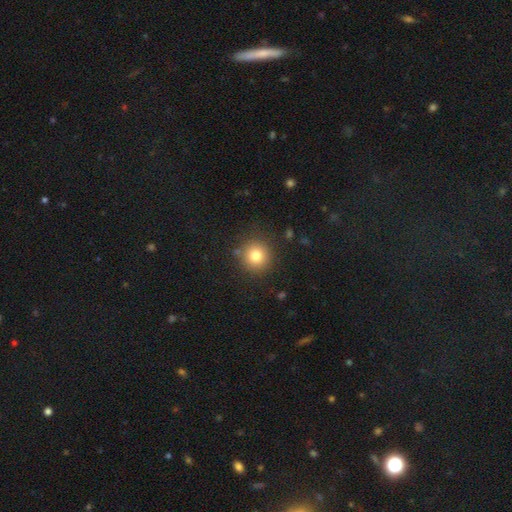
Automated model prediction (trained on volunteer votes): Smooth or featured?
  - smooth: 80% *
  - star or artifact: 12%
  - featured or disk: 9%
How rounded?
  - round: 91% *
  - in between: 8%
  - cigar-shaped: 1%
Merging?
  - none: 87% *
  - minor disturbance: 8%
  - major disturbance: 3%
  - merger: 2%